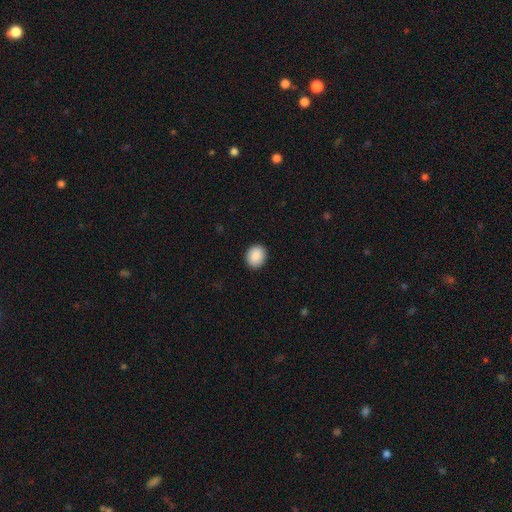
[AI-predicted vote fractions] smooth_or_featured: smooth (p=0.89) [alt: star or artifact p=0.07]
how_rounded: round (p=0.65) [alt: in between p=0.34]
merging: none (p=0.91) [alt: minor disturbance p=0.06]